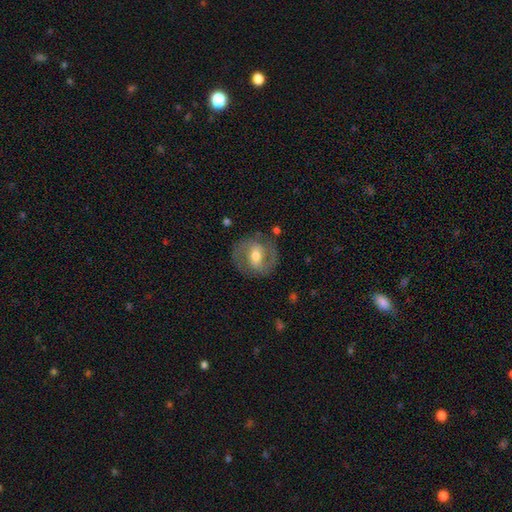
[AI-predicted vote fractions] smooth_or_featured: featured or disk (p=0.69) [alt: smooth p=0.24]
disk_edge_on: no (p=0.96) [alt: yes p=0.04]
bar: weak (p=0.44) [alt: strong p=0.34]
has_spiral_arms: yes (p=0.78) [alt: no p=0.22]
spiral_winding: medium (p=0.50) [alt: tight p=0.33]
spiral_arm_count: 2 (p=0.86) [alt: can't tell p=0.09]
bulge_size: moderate (p=0.66) [alt: small p=0.18]
merging: none (p=0.79) [alt: minor disturbance p=0.13]